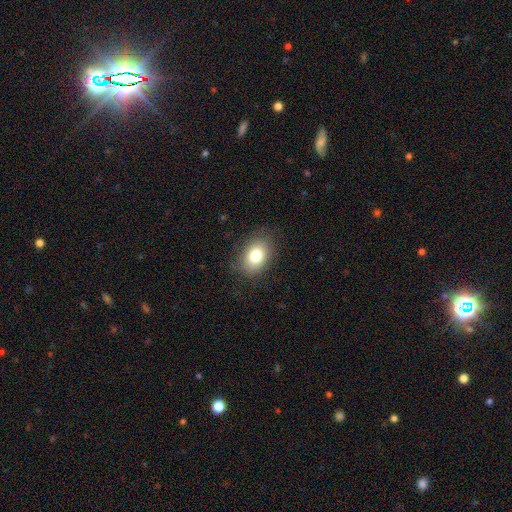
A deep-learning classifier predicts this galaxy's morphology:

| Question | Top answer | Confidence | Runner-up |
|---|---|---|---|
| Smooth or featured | smooth | 78% | featured or disk (12%) |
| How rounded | in between | 76% | round (23%) |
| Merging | none | 83% | minor disturbance (12%) |